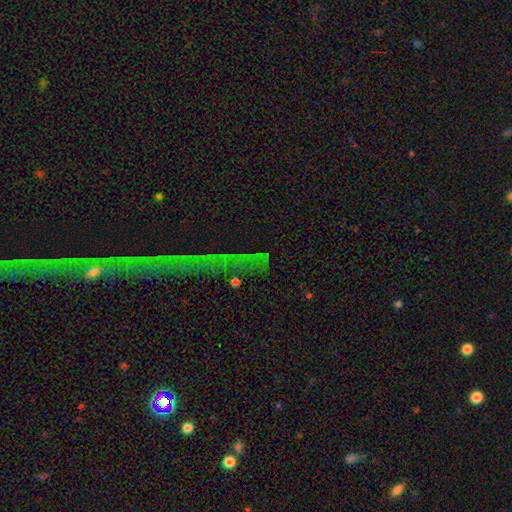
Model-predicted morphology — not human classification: A star or artifact, not a galaxy (68%).